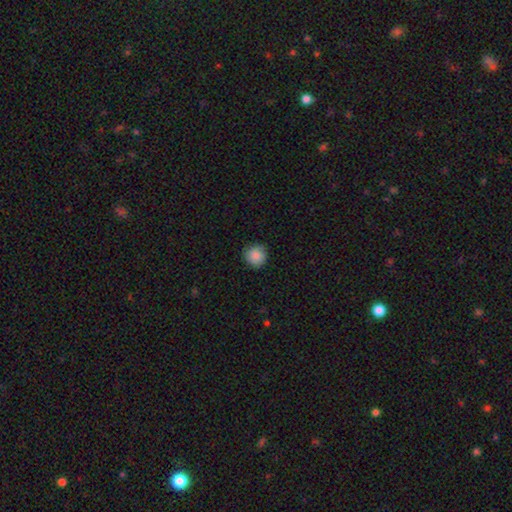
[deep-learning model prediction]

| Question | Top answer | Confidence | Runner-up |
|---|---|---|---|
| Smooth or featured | smooth | 85% | star or artifact (8%) |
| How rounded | round | 93% | in between (6%) |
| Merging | none | 82% | minor disturbance (15%) |